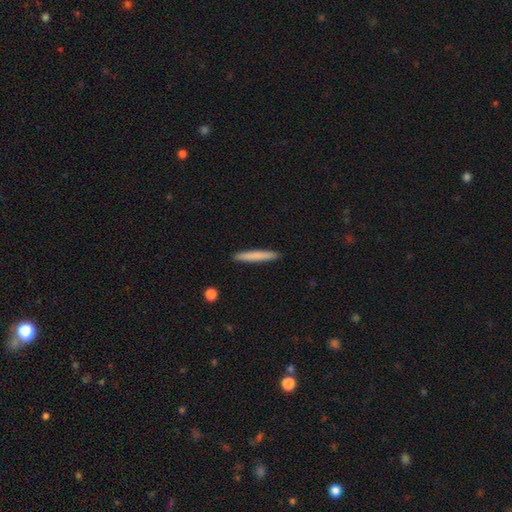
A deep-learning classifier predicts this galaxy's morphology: This appears to be a smooth galaxy with no disk features (76%) that is cigar-shaped (96%). Merging: none (92%).